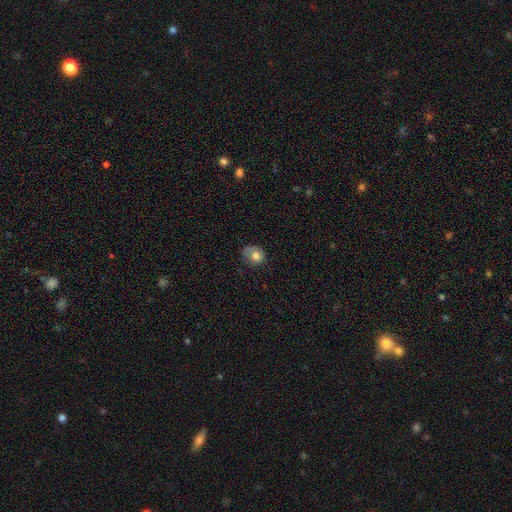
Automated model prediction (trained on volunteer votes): A smooth galaxy with no disk features (73%) that is round (66%). Merging: none (44%).